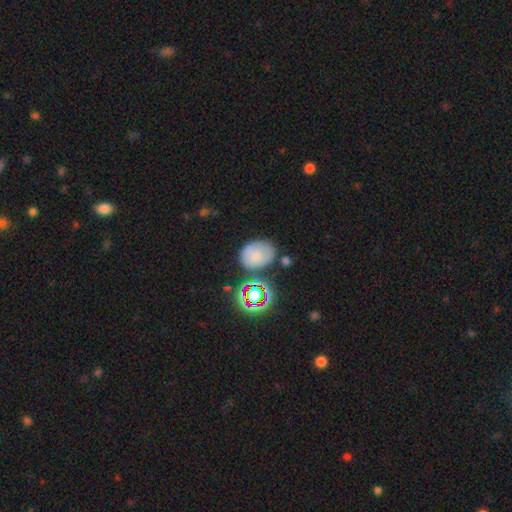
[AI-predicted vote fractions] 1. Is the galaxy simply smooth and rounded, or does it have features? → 65% smooth, 19% featured or disk, 17% star or artifact.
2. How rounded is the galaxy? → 57% in between, 42% round, 1% cigar-shaped.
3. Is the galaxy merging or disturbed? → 62% none, 21% minor disturbance, 9% merger, 7% major disturbance.